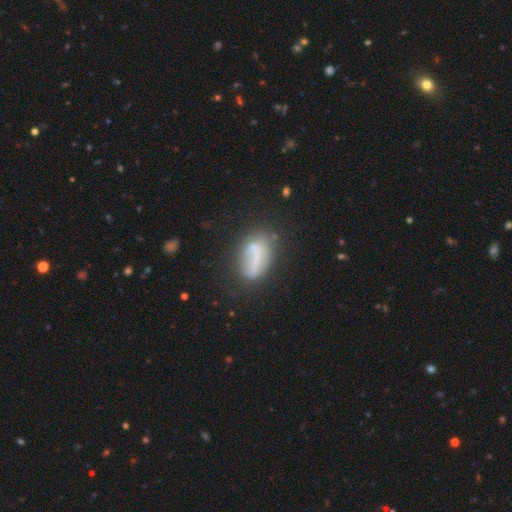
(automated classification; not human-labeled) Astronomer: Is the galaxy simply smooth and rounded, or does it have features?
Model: smooth — 50% (runner-up: featured or disk, 39%).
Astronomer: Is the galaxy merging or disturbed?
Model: none — 49%.